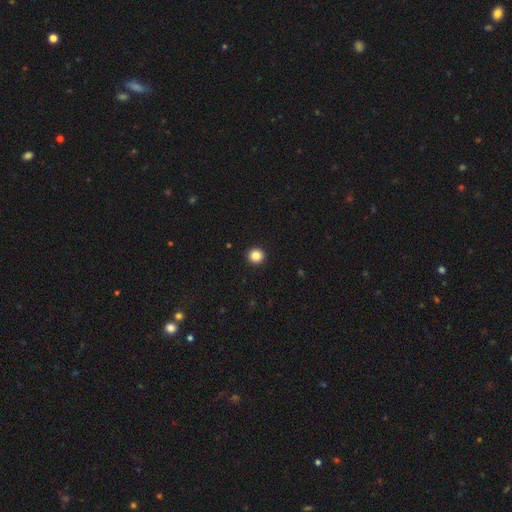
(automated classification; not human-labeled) Overall: smooth (85%). How rounded: round (95%). Merging: none (94%).